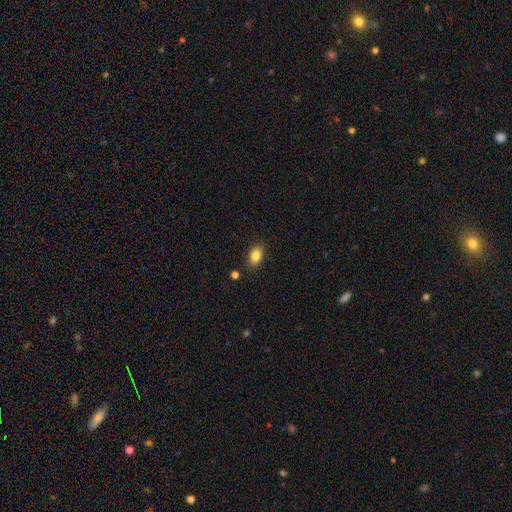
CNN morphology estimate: A smooth galaxy with no disk features (84%) that is in between round and cigar-shaped (85%). Merging: none (85%).